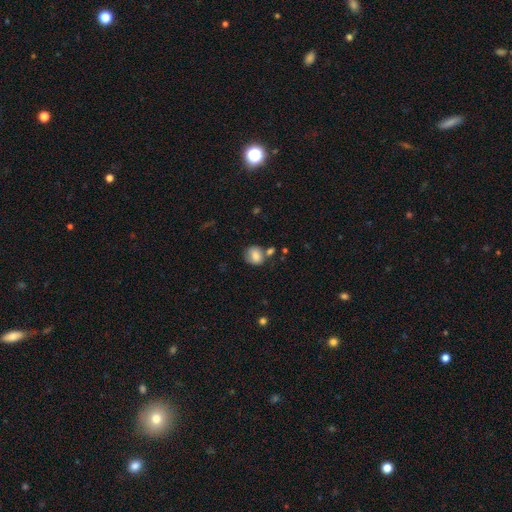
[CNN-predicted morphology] This is likely a smooth galaxy (80%). How rounded: likely round (67%). Merging: possibly none (57%).